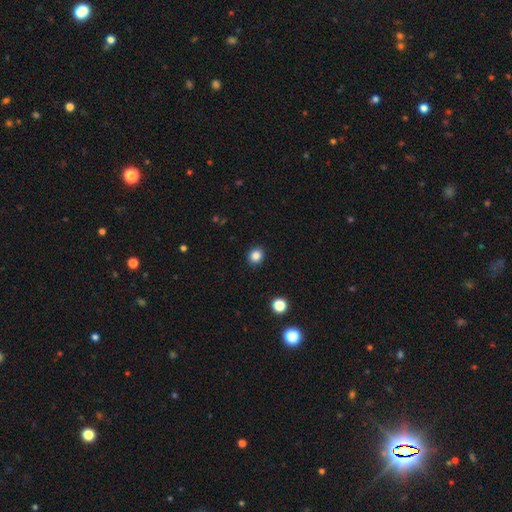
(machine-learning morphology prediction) Overall: smooth (85%). How rounded: round (73%). Merging: none (91%).